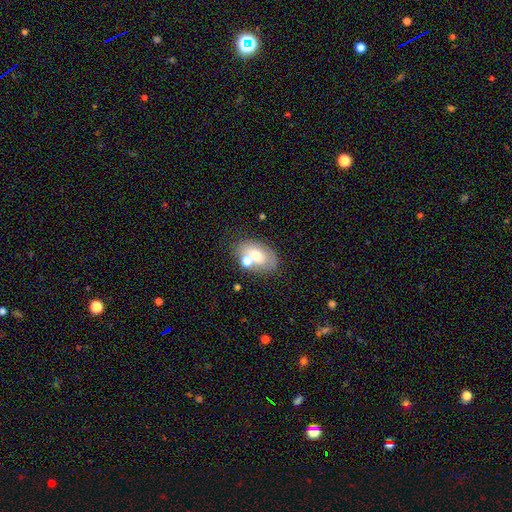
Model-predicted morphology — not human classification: smooth-or-featured: smooth: 59% | featured or disk: 31% | star or artifact: 9%
  how-rounded: in between: 86% | round: 13% | cigar-shaped: 2%
  merging: none: 54% | merger: 22% | minor disturbance: 17% | major disturbance: 7%